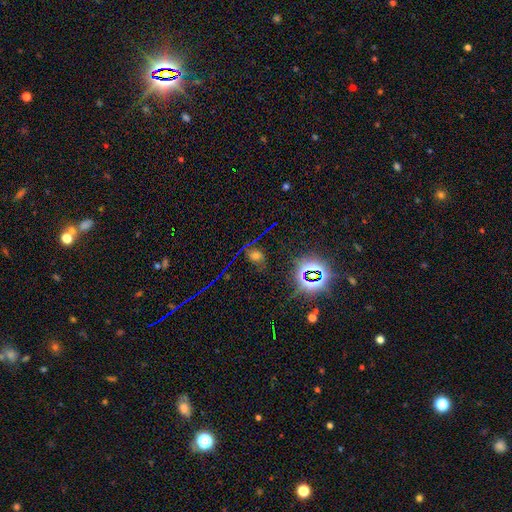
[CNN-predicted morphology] This is possibly a star or artifact rather than a galaxy (54%).